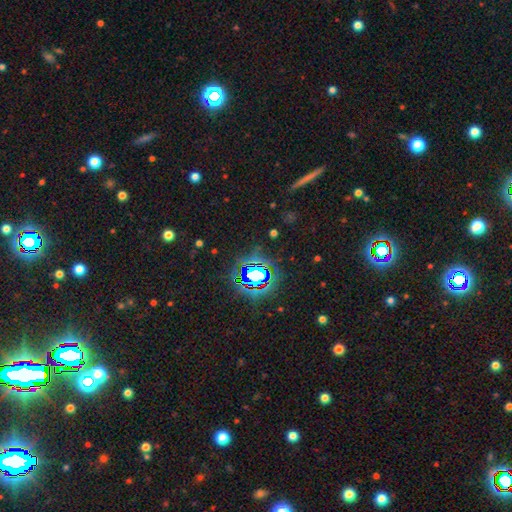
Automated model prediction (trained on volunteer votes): Smooth or featured? star or artifact (78%)